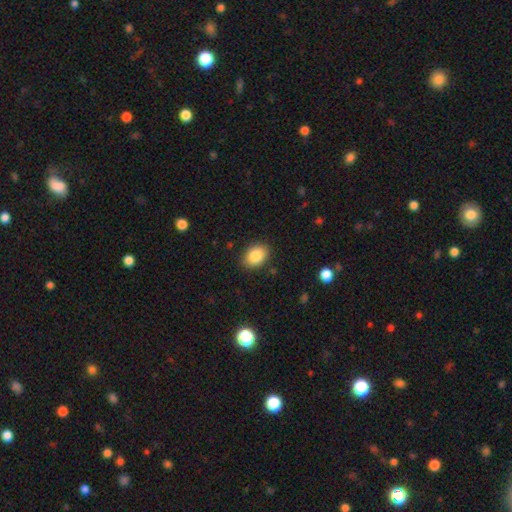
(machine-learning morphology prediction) This is clearly a smooth galaxy (86%). How rounded: likely in between (76%). Merging: clearly none (87%).